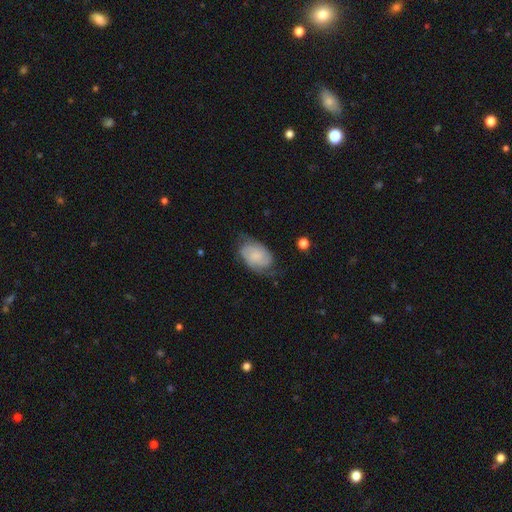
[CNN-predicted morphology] This is likely a featured or disk galaxy (61%). It is clearly not viewed edge-on (97%). Bar: likely no (66%). Spiral arm pattern: clearly yes (92%). Spiral arm count: likely 2 (69%). Spiral winding: possibly tight (49%). Central bulge: possibly small (45%). Merging: likely none (63%).